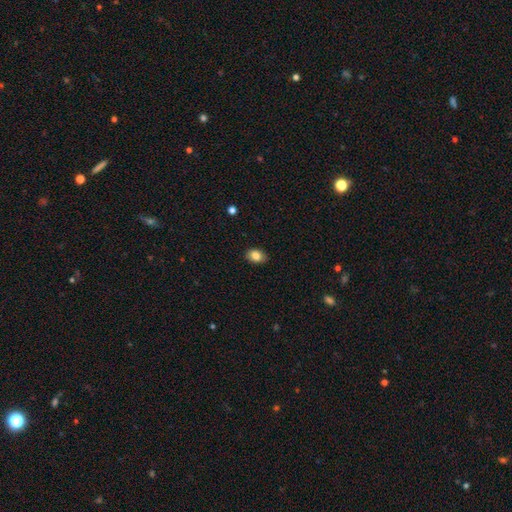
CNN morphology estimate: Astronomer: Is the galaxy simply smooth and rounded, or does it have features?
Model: smooth — 85%.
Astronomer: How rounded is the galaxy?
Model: in between — 78%.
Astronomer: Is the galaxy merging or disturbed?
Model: none — 87%.